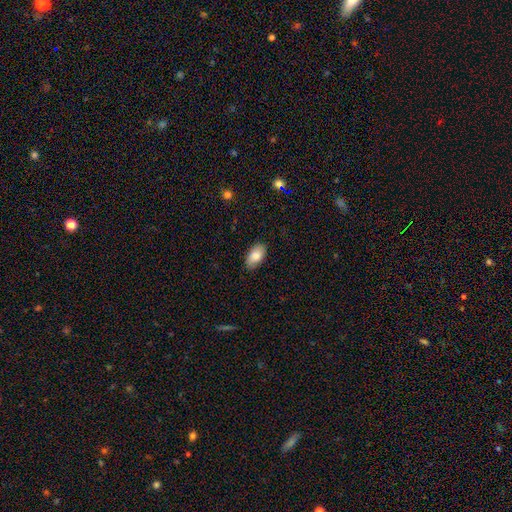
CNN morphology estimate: Q: Smooth or featured?
A: smooth (84%); runner-up: featured or disk (9%)
Q: How rounded?
A: in between (94%); runner-up: round (4%)
Q: Merging?
A: none (85%); runner-up: minor disturbance (12%)